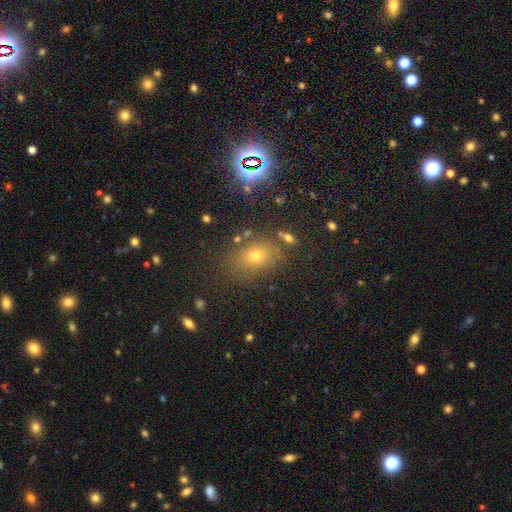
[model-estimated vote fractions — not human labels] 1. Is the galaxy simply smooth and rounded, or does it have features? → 58% smooth, 29% star or artifact, 13% featured or disk.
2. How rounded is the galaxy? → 72% in between, 25% round, 2% cigar-shaped.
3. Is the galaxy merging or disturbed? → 75% none, 14% minor disturbance, 6% major disturbance, 6% merger.